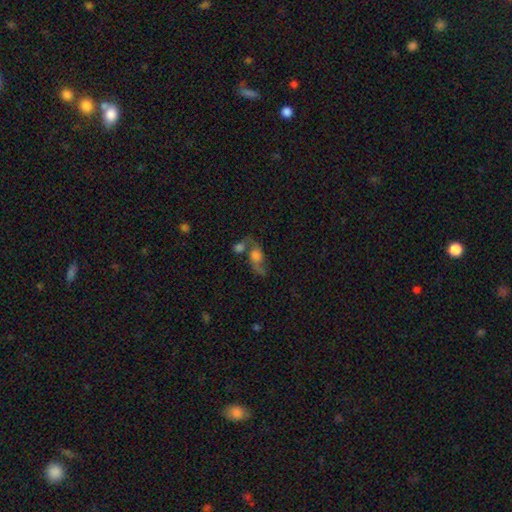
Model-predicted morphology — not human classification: A featured or disk galaxy (59%) with no bar (75%), spiral arms (84%) and a moderate central bulge (37%).

Vote fractions:
- Smooth or featured? featured or disk: 59% / smooth: 30% / star or artifact: 11%
- Edge-on disk? no: 92% / yes: 8%
- Bar? no: 75% / weak: 22% / strong: 4%
- Spiral arms? yes: 84% / no: 16%
- Bulge size? moderate: 37% / large: 29% / small: 18% / none: 11% / dominant: 5%
- Merging? merger: 37% / none: 33% / minor disturbance: 15% / major disturbance: 15%